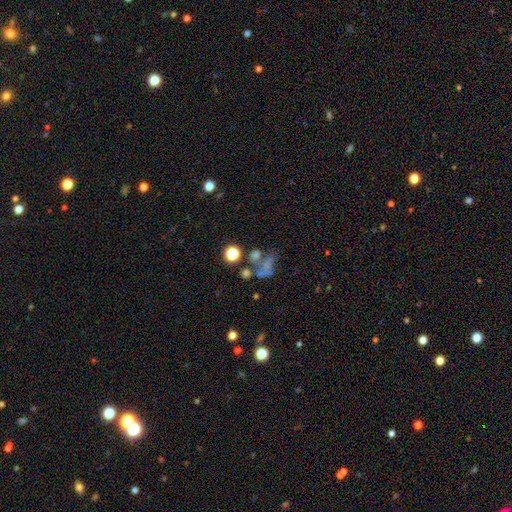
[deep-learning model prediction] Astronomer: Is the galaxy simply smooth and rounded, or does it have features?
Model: smooth — 49% (runner-up: star or artifact, 27%).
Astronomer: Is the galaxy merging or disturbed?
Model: none — 33% (runner-up: merger, 31%).